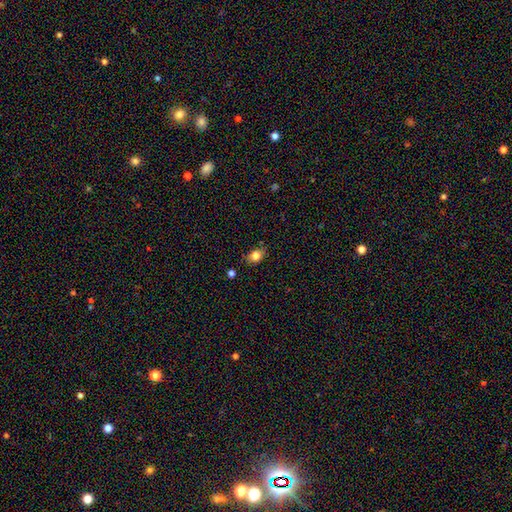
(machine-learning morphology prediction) Q: Smooth or featured?
A: smooth (81%); runner-up: star or artifact (10%)
Q: How rounded?
A: in between (71%); runner-up: round (27%)
Q: Merging?
A: none (80%); runner-up: minor disturbance (15%)